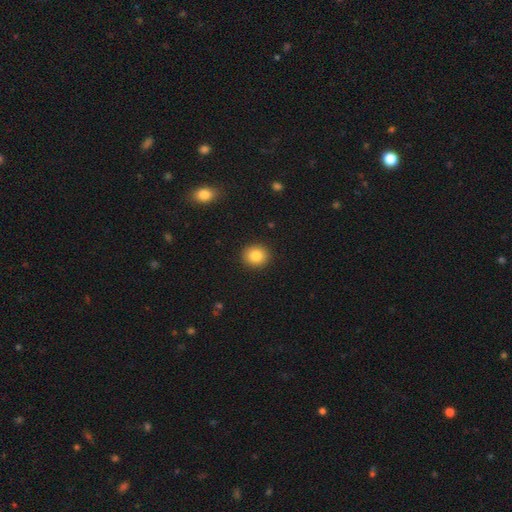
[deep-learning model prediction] This is clearly a smooth galaxy (83%). How rounded: clearly round (84%). Merging: clearly none (91%).